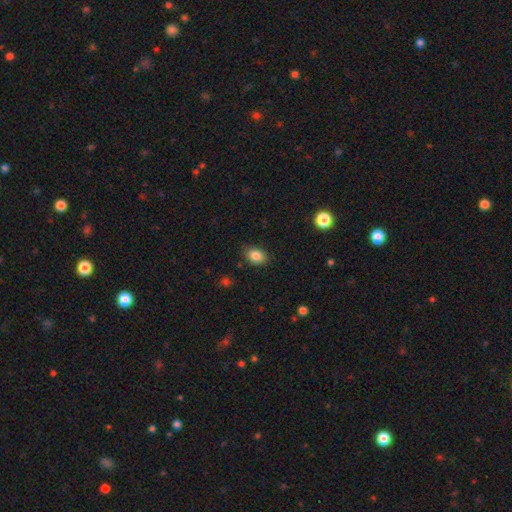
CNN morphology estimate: The model was most divided on "how rounded": in between: 70%, round: 28%, cigar-shaped: 1%. More confident: smooth or featured — smooth (85%); merging — none (80%).